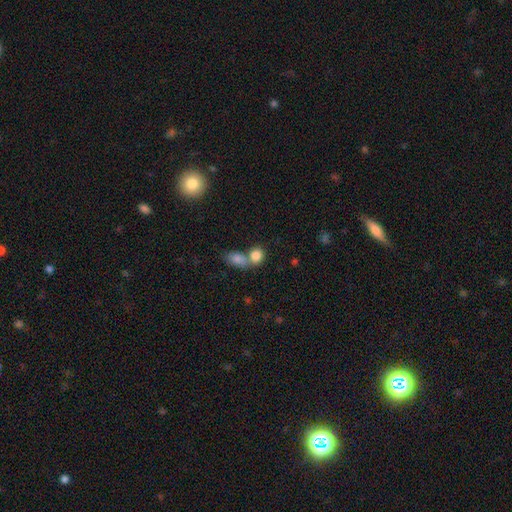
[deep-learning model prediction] This appears to be a smooth galaxy with no disk features (84%) that is round (58%). Merging: merger (52%).